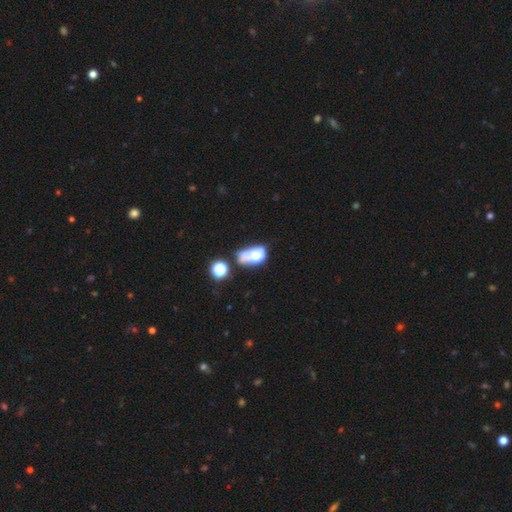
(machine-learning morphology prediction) smooth-or-featured: smooth: 57% | featured or disk: 29% | star or artifact: 14%
  how-rounded: in between: 76% | round: 21% | cigar-shaped: 3%
  merging: merger: 39% | major disturbance: 23% | none: 19% | minor disturbance: 18%